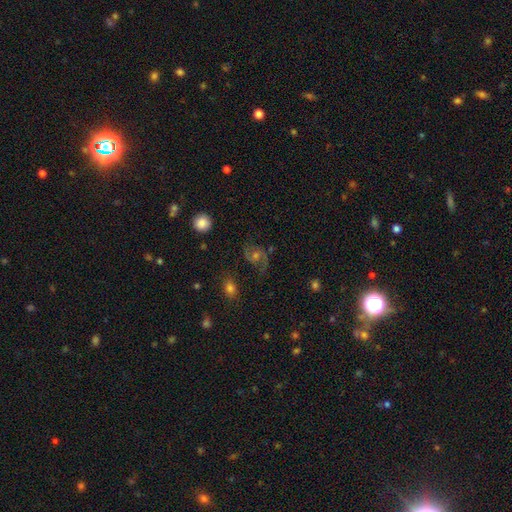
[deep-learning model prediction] The model was most divided on "spiral winding": medium: 48%, loose: 37%, tight: 15%. More confident: edge-on disk — no (97%); spiral arms — yes (92%); spiral arm count — 2 (83%); smooth or featured — featured or disk (70%); merging — none (65%); bar — no (63%); bulge size — moderate (52%).